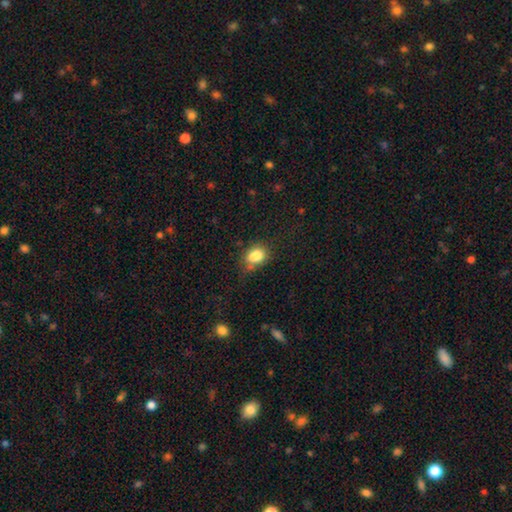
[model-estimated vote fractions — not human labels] Smooth or featured?
  - smooth: 83% *
  - star or artifact: 10%
  - featured or disk: 6%
How rounded?
  - in between: 69% *
  - round: 30%
  - cigar-shaped: 1%
Merging?
  - none: 60% *
  - minor disturbance: 24%
  - merger: 8%
  - major disturbance: 8%